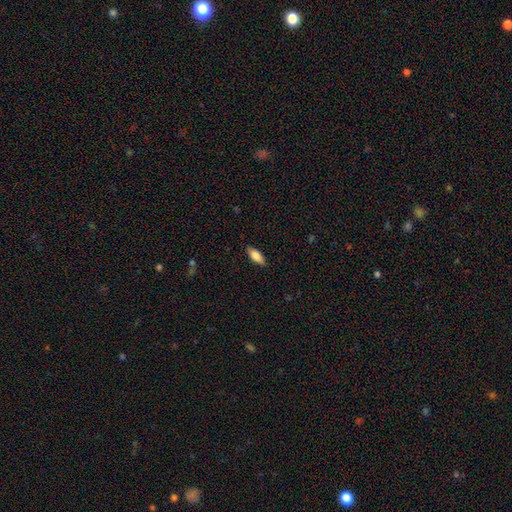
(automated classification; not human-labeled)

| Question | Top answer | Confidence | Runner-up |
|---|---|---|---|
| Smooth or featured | smooth | 80% | featured or disk (14%) |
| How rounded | in between | 80% | cigar-shaped (18%) |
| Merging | none | 86% | minor disturbance (11%) |